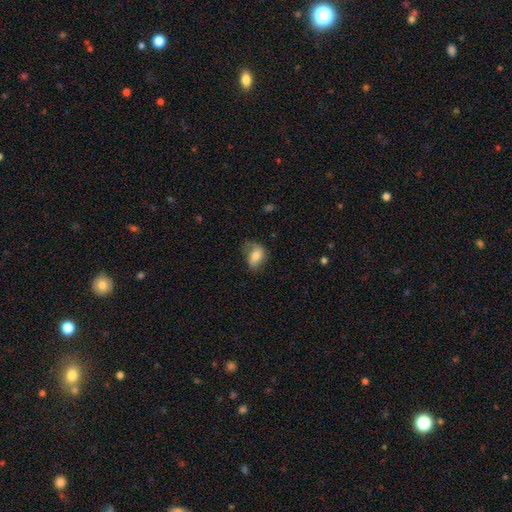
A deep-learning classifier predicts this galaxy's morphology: smooth 65%, featured or disk 27%, star or artifact 8%. Down the decision tree: how rounded — in between (79%); merging — none (49%).